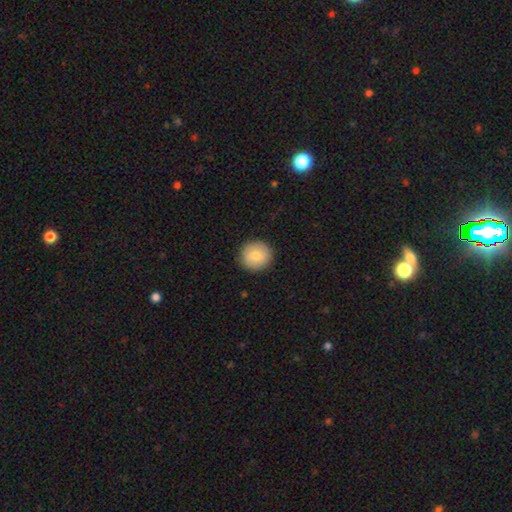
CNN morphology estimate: A smooth galaxy with no disk features (80%) that is round (94%).

Vote fractions:
- Smooth or featured? smooth: 80% / featured or disk: 13% / star or artifact: 7%
- How rounded? round: 94% / in between: 6% / cigar-shaped: 1%
- Merging? none: 90% / minor disturbance: 7% / major disturbance: 2% / merger: 1%